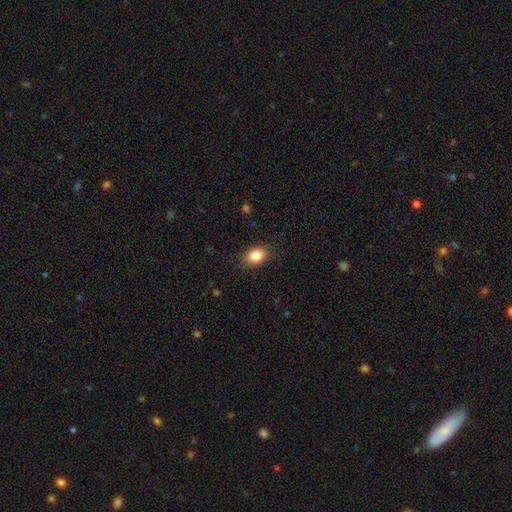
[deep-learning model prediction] This appears to be a smooth galaxy with no disk features (85%) that is in between round and cigar-shaped (78%). Merging: none (85%).